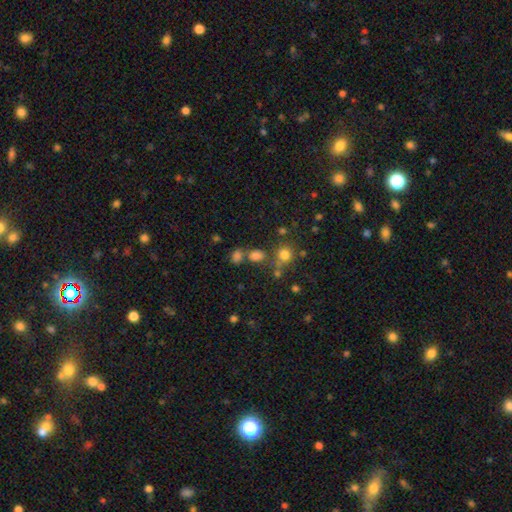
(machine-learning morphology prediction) Smooth or featured?
  - smooth: 74% *
  - star or artifact: 18%
  - featured or disk: 8%
How rounded?
  - in between: 51% *
  - round: 47%
  - cigar-shaped: 2%
Merging?
  - none: 58% *
  - merger: 24%
  - minor disturbance: 12%
  - major disturbance: 6%